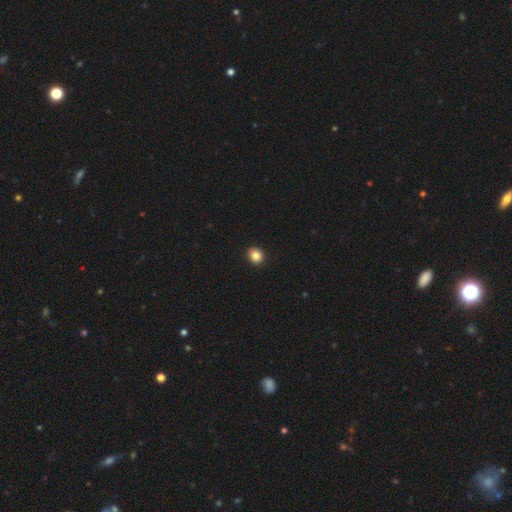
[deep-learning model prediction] This is clearly a smooth galaxy (86%). How rounded: clearly round (84%). Merging: clearly none (92%).